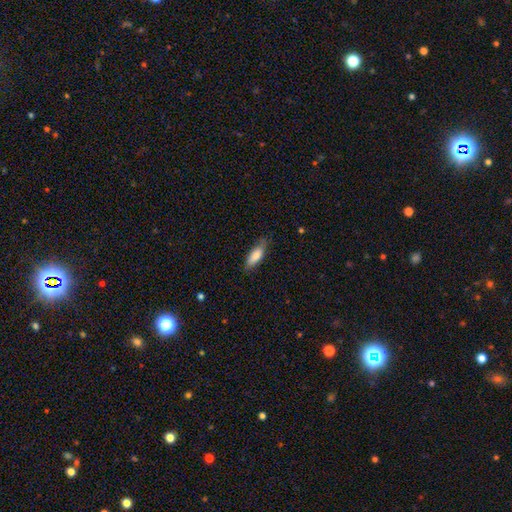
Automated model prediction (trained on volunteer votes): A smooth galaxy with no disk features (81%) that is in between round and cigar-shaped (65%).

Vote fractions:
- Smooth or featured? smooth: 81% / featured or disk: 12% / star or artifact: 6%
- How rounded? in between: 65% / cigar-shaped: 33% / round: 2%
- Merging? none: 72% / minor disturbance: 23% / major disturbance: 5% / merger: 1%